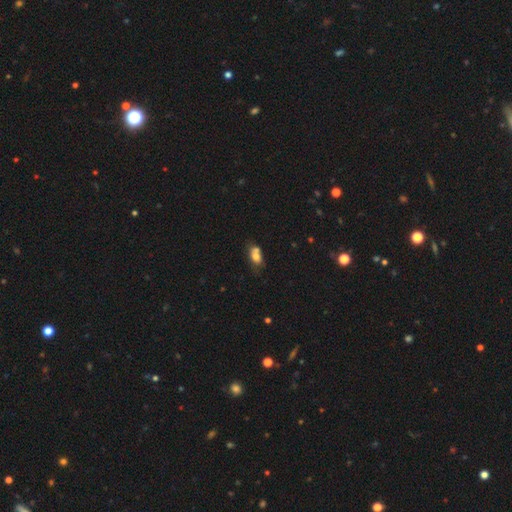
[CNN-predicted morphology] A smooth galaxy with no disk features (69%) that is in between round and cigar-shaped (72%).

Vote fractions:
- Smooth or featured? smooth: 69% / featured or disk: 20% / star or artifact: 11%
- How rounded? in between: 72% / round: 24% / cigar-shaped: 4%
- Merging? merger: 46% / none: 31% / minor disturbance: 15% / major disturbance: 7%